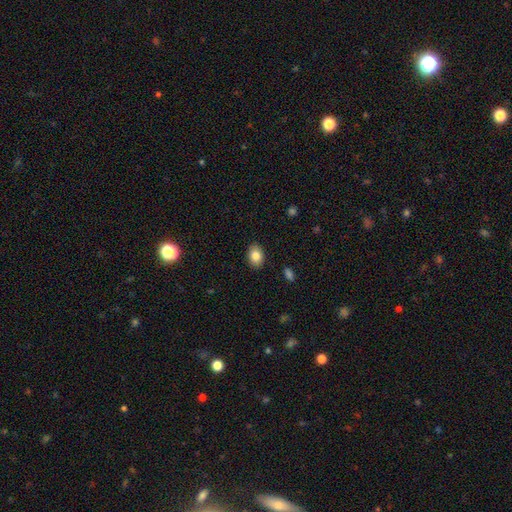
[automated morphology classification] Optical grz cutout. It shows a smooth galaxy with no disk features (83%) that is in between round and cigar-shaped (78%). Merging: none (89%).